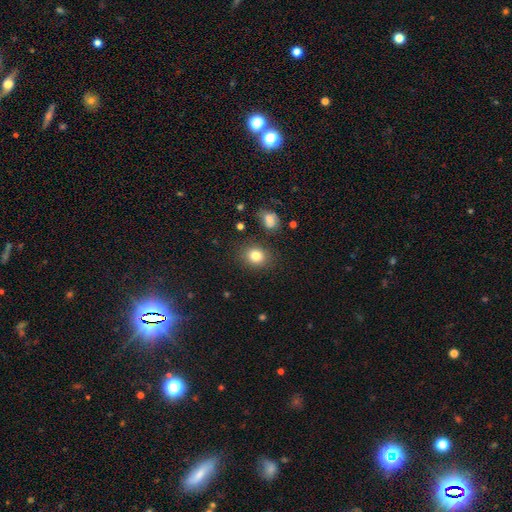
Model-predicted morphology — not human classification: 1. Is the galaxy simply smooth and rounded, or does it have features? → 82% smooth, 11% star or artifact, 7% featured or disk.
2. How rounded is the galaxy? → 63% round, 36% in between, 1% cigar-shaped.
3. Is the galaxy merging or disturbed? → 84% none, 10% minor disturbance, 3% major disturbance, 3% merger.